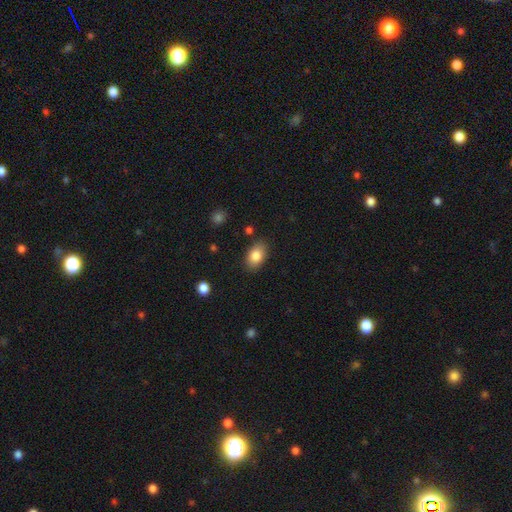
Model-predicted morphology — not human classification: smooth_or_featured: smooth (p=0.83) [alt: featured or disk p=0.09]
how_rounded: in between (p=0.87) [alt: round p=0.11]
merging: none (p=0.85) [alt: minor disturbance p=0.11]